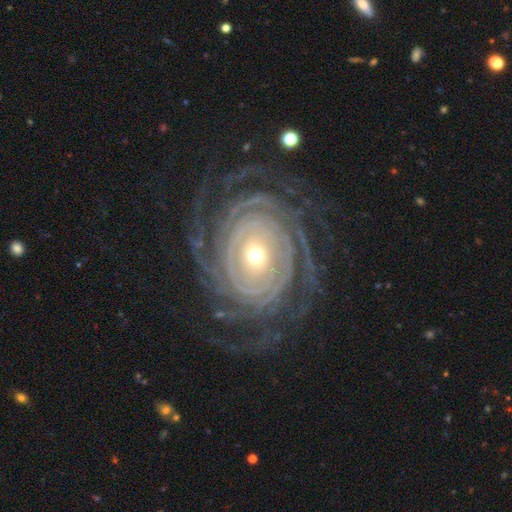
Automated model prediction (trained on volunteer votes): featured or disk 91%, star or artifact 5%, smooth 4%. Down the decision tree: edge-on disk — no (97%); bar — no (75%); spiral arms — yes (97%); spiral arm count — more than 4 (37%); spiral winding — tight (84%); bulge size — moderate (48%); merging — none (73%).